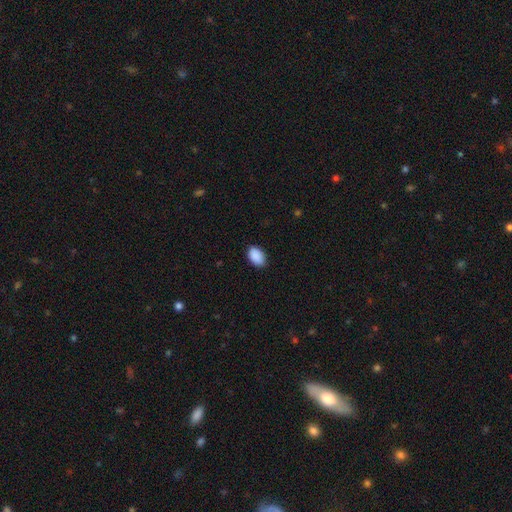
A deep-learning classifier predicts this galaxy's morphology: A smooth galaxy with no disk features (91%) that is in between round and cigar-shaped (91%). Merging: none (85%).